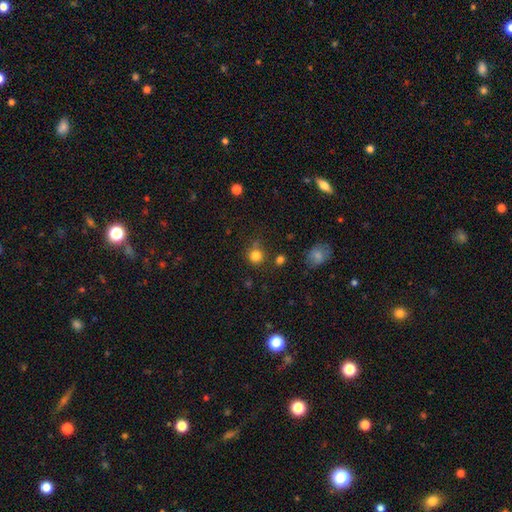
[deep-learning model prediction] A smooth galaxy with no disk features (81%) that is round (91%). Merging: none (76%).